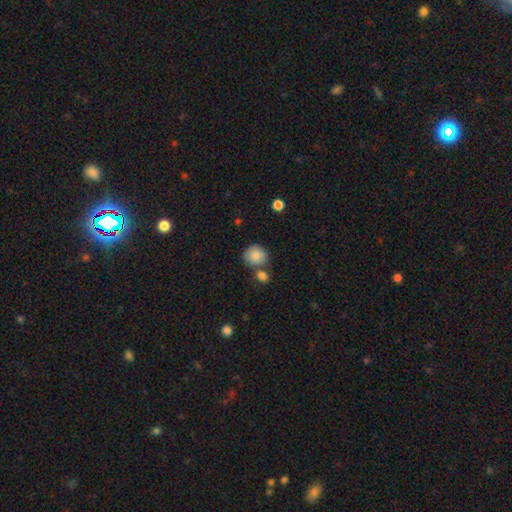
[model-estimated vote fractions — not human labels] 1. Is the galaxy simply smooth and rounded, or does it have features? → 84% smooth, 8% featured or disk, 8% star or artifact.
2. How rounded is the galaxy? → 84% round, 15% in between, 1% cigar-shaped.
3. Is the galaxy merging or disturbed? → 61% none, 22% merger, 13% minor disturbance, 4% major disturbance.